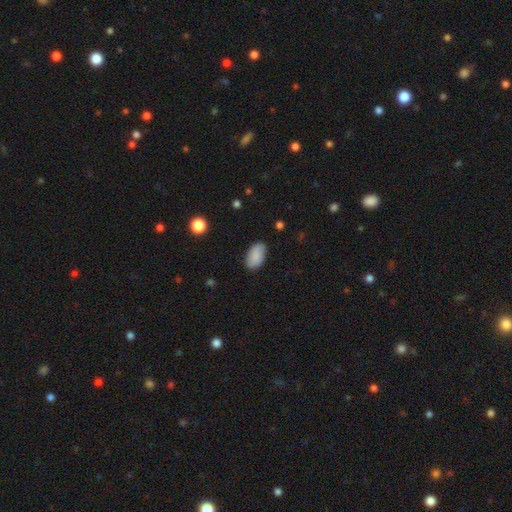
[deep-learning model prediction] Smooth or featured? smooth (86%)
How rounded? in between (94%)
Merging? none (83%)